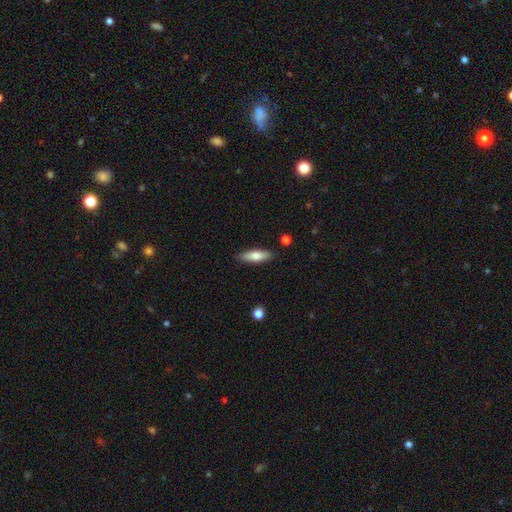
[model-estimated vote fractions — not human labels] This appears to be a smooth galaxy with no disk features (74%) that is in between round and cigar-shaped (51%). Merging: none (88%).